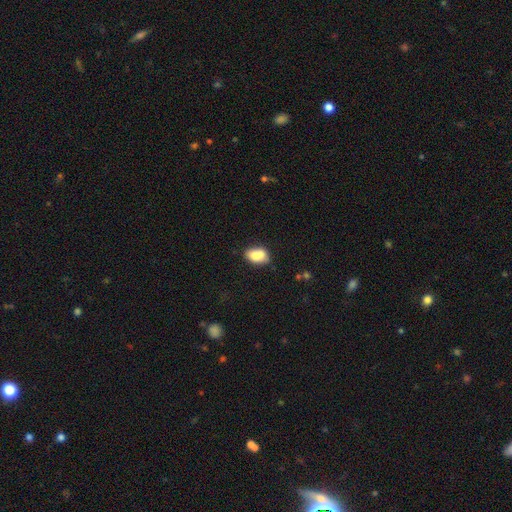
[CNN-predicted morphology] This appears to be a smooth galaxy with no disk features (77%) that is in between round and cigar-shaped (82%). Merging: none (55%).